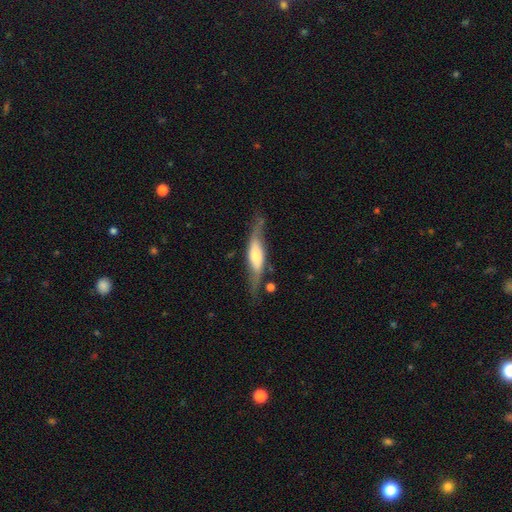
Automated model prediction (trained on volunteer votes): smooth-or-featured: featured or disk: 61% | smooth: 32% | star or artifact: 6%
  disk-edge-on: yes: 66% | no: 34%
  merging: none: 64% | minor disturbance: 22% | major disturbance: 10% | merger: 4%